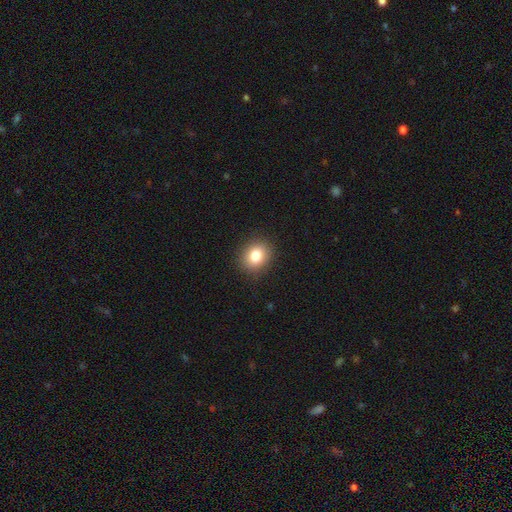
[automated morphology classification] smooth 81%, star or artifact 11%, featured or disk 8%. Down the decision tree: how rounded — round (66%); merging — none (90%).